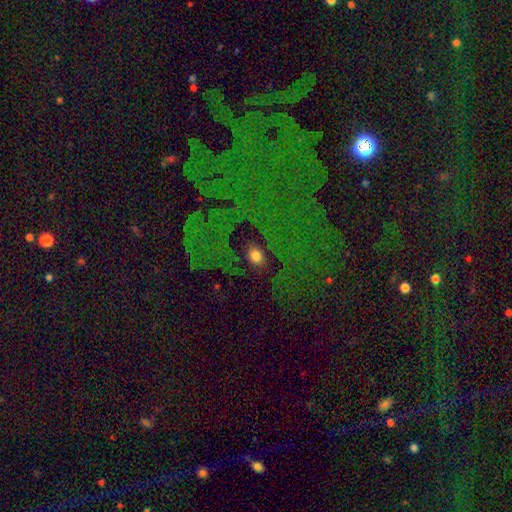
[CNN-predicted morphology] A smooth galaxy with no disk features (66%) that is in between round and cigar-shaped (65%).

Vote fractions:
- Smooth or featured? smooth: 66% / star or artifact: 23% / featured or disk: 11%
- How rounded? in between: 65% / round: 33% / cigar-shaped: 2%
- Merging? none: 81% / minor disturbance: 12% / major disturbance: 5% / merger: 2%